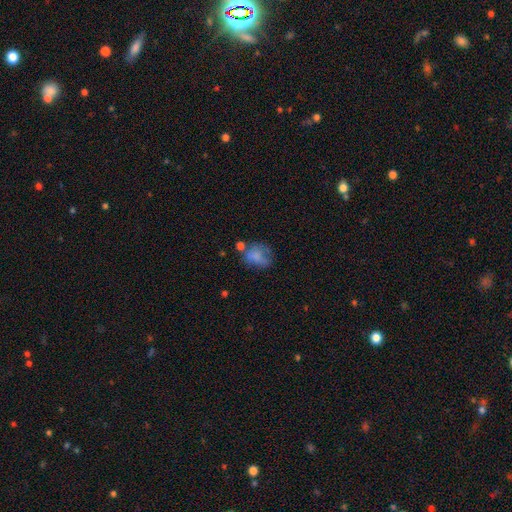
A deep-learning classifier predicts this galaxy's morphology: Smooth or featured: smooth — 64% (featured or disk — 24%)
How rounded: in between — 54% (round — 44%)
Merging: none — 39% (minor disturbance — 25%)